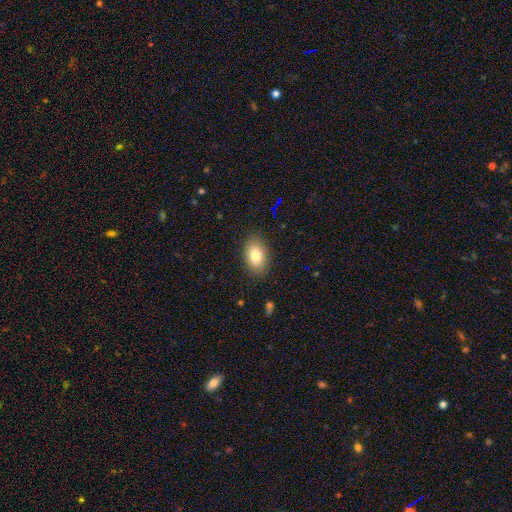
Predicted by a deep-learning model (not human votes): This is clearly a smooth galaxy (81%). How rounded: clearly in between (88%). Merging: clearly none (86%).